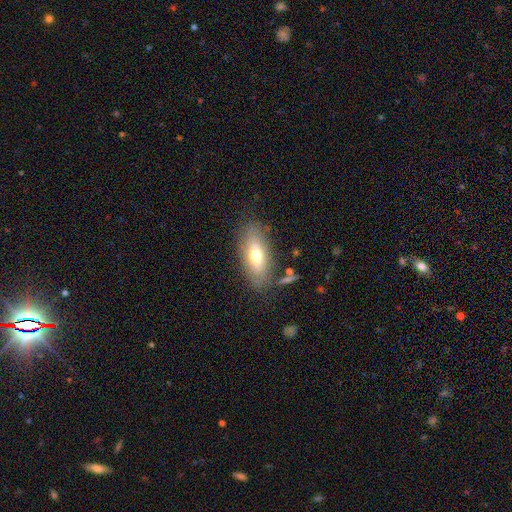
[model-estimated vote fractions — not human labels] smooth_or_featured: smooth (p=0.65) [alt: featured or disk p=0.27]
how_rounded: in between (p=0.82) [alt: cigar-shaped p=0.15]
merging: none (p=0.77) [alt: minor disturbance p=0.15]